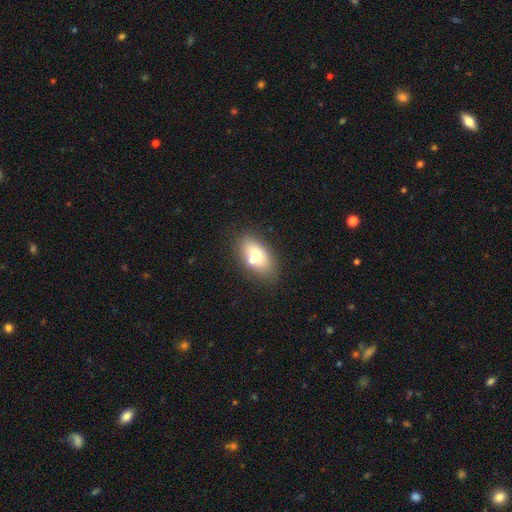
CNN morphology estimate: Smooth or featured? Predicted: smooth (p=0.68). How rounded? Predicted: in between (p=0.89). Merging? Predicted: none (p=0.64).